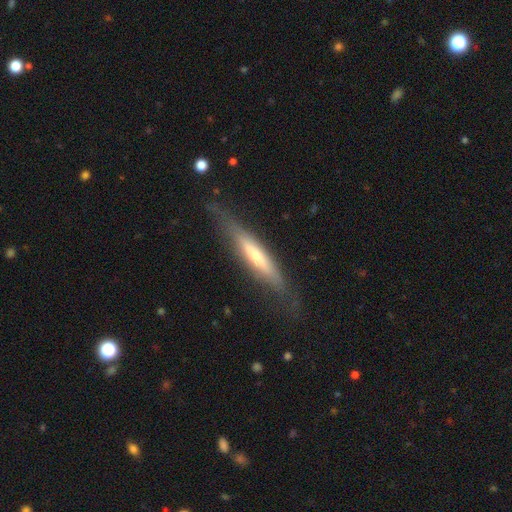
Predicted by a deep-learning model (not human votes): A featured or disk galaxy (59%) viewed edge-on (84%). Merging: none (74%).